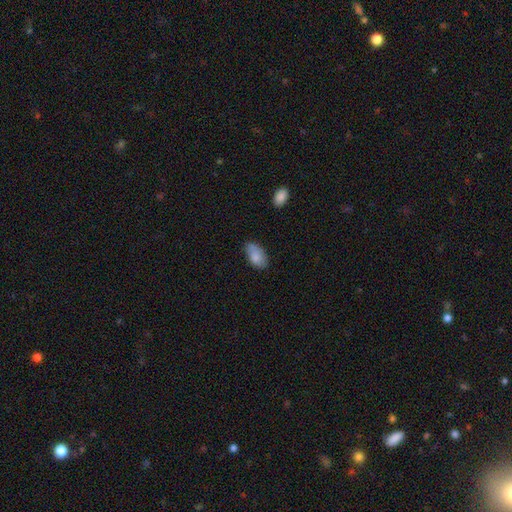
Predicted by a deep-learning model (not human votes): Morphology: type=smooth (84%); roundness=in between (94%); merging=none (67%).